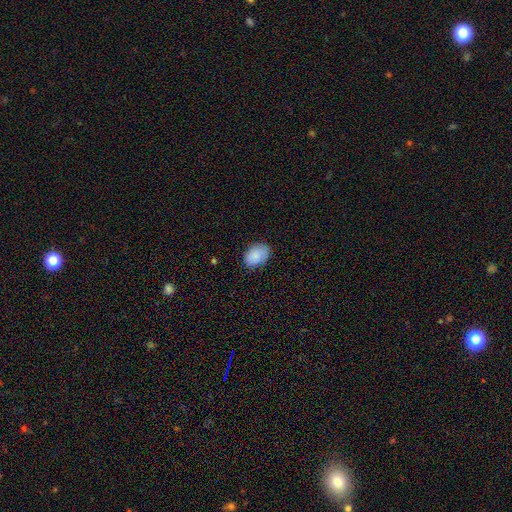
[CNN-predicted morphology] Smooth or featured?
  - smooth: 87% *
  - star or artifact: 7%
  - featured or disk: 6%
How rounded?
  - in between: 85% *
  - round: 14%
  - cigar-shaped: 1%
Merging?
  - none: 80% *
  - minor disturbance: 16%
  - major disturbance: 3%
  - merger: 1%